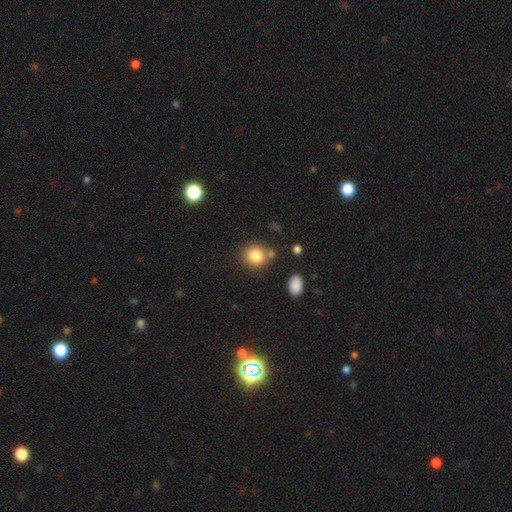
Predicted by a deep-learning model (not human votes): smooth 82%, star or artifact 11%, featured or disk 7%. Down the decision tree: how rounded — round (80%); merging — none (72%).